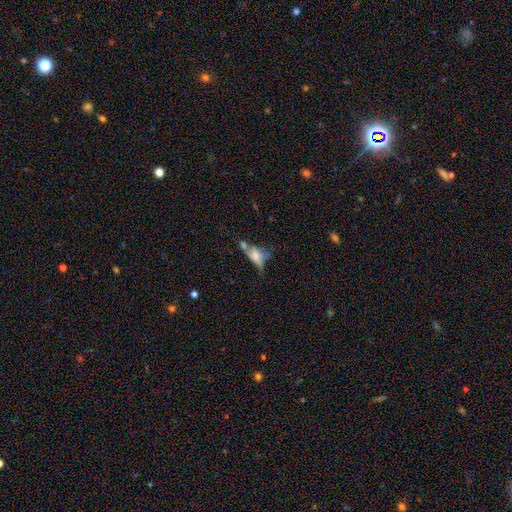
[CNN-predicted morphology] smooth_or_featured: smooth (p=0.49) [alt: featured or disk p=0.38]
merging: merger (p=0.33) [alt: none p=0.26]